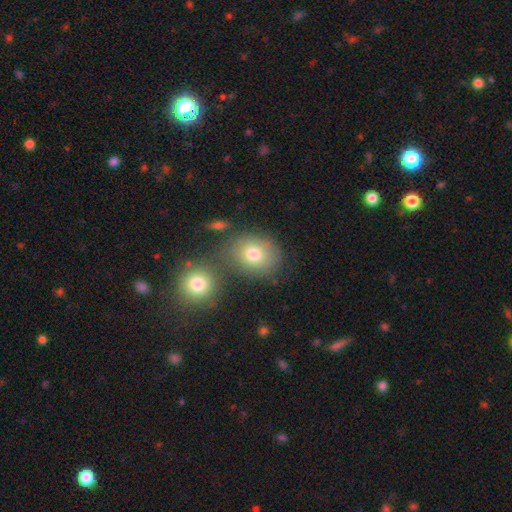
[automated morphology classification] This appears to be a smooth galaxy with no disk features (69%) that is round (62%). Merging: none (65%).